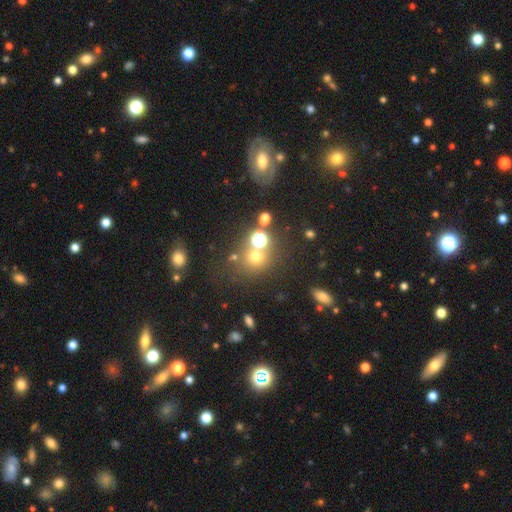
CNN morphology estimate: Overall: smooth (62%; star or artifact 27%). How rounded: round (85%). Merging: none (65%).